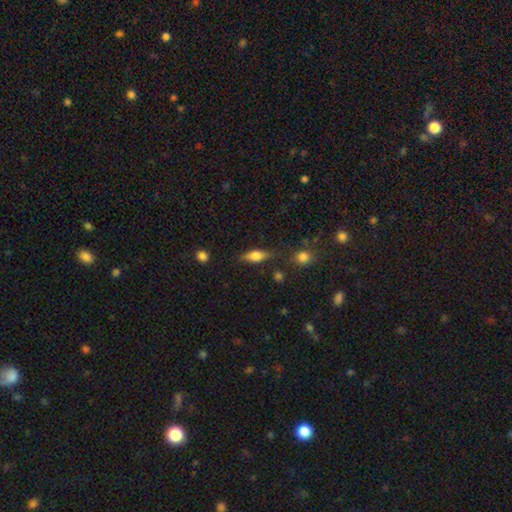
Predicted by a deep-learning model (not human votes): This appears to be a smooth galaxy with no disk features (65%) that is in between round and cigar-shaped (69%). Merging: none (75%).